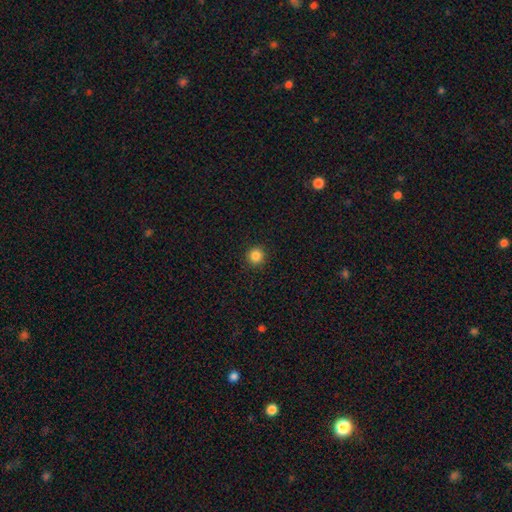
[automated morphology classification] This appears to be a smooth galaxy with no disk features (85%) that is round (94%). Merging: none (92%).